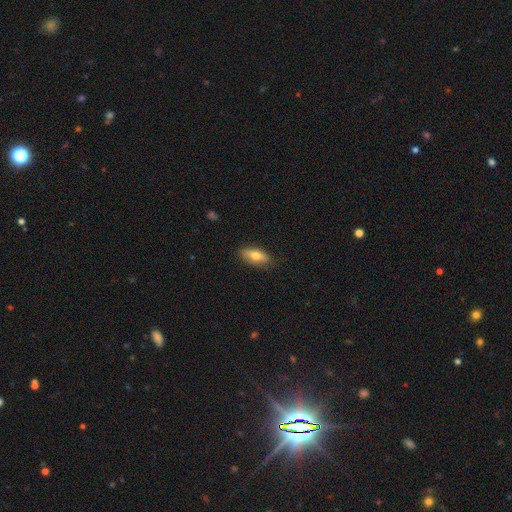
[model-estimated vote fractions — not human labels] Smooth or featured: smooth — 68% (featured or disk — 25%)
How rounded: in between — 73% (cigar-shaped — 23%)
Merging: none — 83% (minor disturbance — 14%)